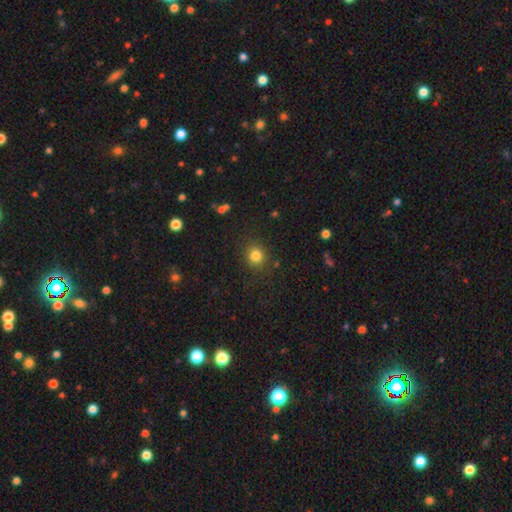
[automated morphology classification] Smooth or featured?
  - smooth: 81% *
  - star or artifact: 13%
  - featured or disk: 5%
How rounded?
  - round: 83% *
  - in between: 16%
  - cigar-shaped: 1%
Merging?
  - none: 86% *
  - minor disturbance: 9%
  - major disturbance: 3%
  - merger: 2%